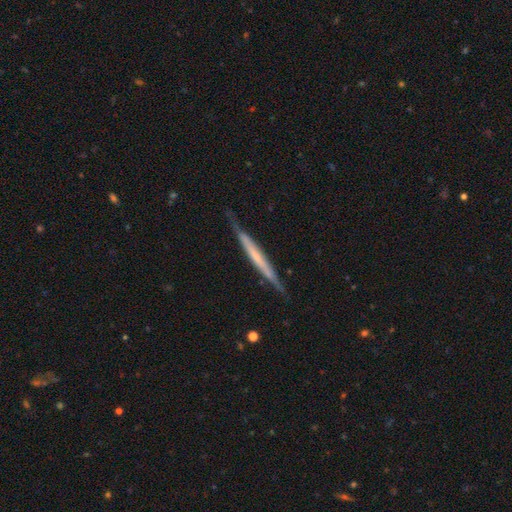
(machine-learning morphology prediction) smooth-or-featured: featured or disk: 58% | smooth: 36% | star or artifact: 6%
  disk-edge-on: yes: 94% | no: 6%
    edge-on-bulge: none: 76% | rounded: 14% | boxy: 10%
  merging: none: 79% | minor disturbance: 16% | major disturbance: 3% | merger: 2%